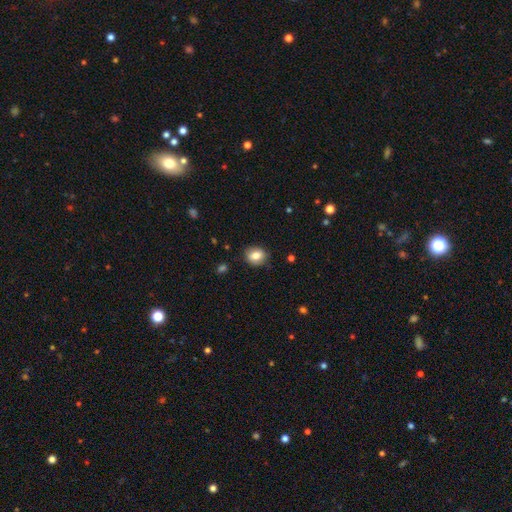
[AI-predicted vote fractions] smooth_or_featured: smooth (p=0.80) [alt: featured or disk p=0.11]
how_rounded: round (p=0.54) [alt: in between p=0.45]
merging: none (p=0.84) [alt: minor disturbance p=0.12]